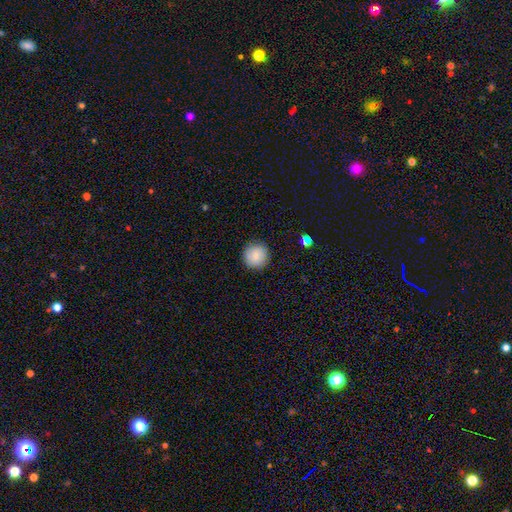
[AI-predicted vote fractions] The model was most divided on "smooth or featured": smooth: 86%, star or artifact: 8%, featured or disk: 6%. More confident: how rounded — round (94%); merging — none (90%).